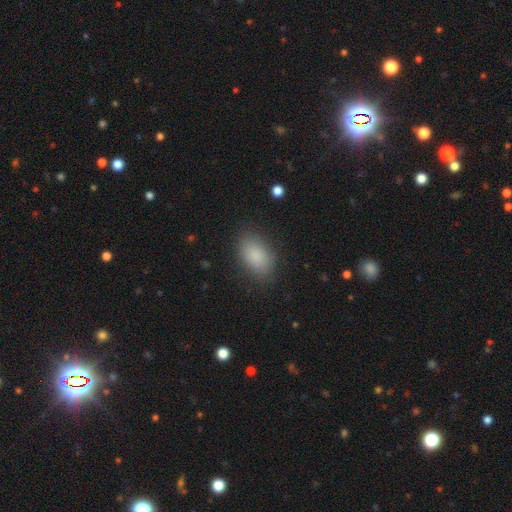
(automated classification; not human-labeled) Overall: smooth (85%). How rounded: in between (88%). Merging: none (84%).